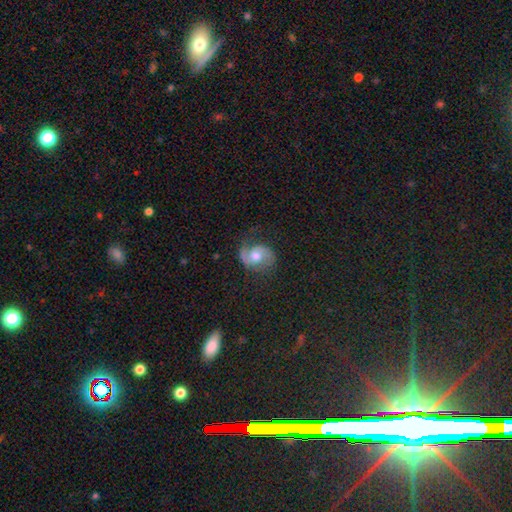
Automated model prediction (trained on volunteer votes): This appears to be a featured or disk galaxy (74%) with no bar (60%), 2 (87%) medium (50%) spiral arms (93%) and a moderate central bulge (71%). Merging: none (67%).